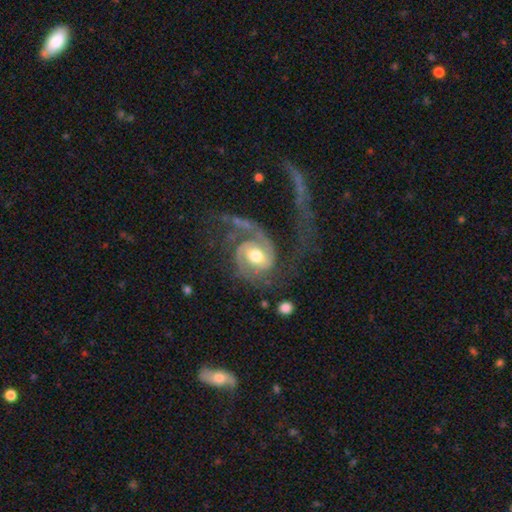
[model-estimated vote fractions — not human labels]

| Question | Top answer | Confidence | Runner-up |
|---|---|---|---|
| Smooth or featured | featured or disk | 88% | smooth (8%) |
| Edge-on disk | no | 98% | yes (2%) |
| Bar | no | 52% | weak (36%) |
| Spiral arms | yes | 96% | no (4%) |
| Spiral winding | medium | 46% | tight (30%) |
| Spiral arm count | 2 | 58% | 1 (25%) |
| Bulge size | moderate | 70% | large (18%) |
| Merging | none | 40% | tied: major disturbance (40%) |